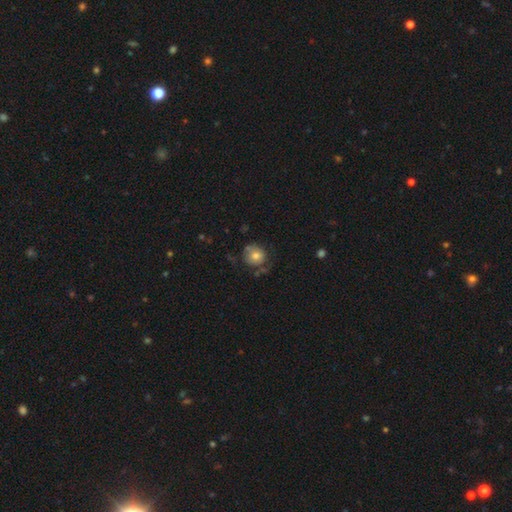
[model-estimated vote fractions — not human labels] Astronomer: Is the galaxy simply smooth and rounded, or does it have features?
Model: smooth — 71%.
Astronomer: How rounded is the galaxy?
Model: round — 83%.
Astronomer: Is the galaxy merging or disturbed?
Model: none — 60%.